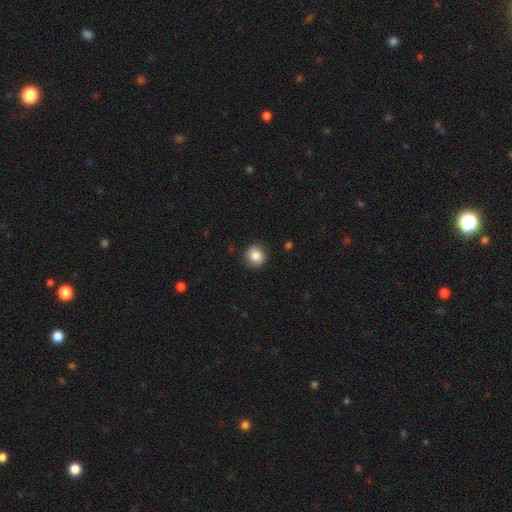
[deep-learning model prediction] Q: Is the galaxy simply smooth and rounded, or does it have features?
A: smooth — 84%.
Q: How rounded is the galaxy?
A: round — 86%.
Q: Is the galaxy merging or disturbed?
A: none — 85%.